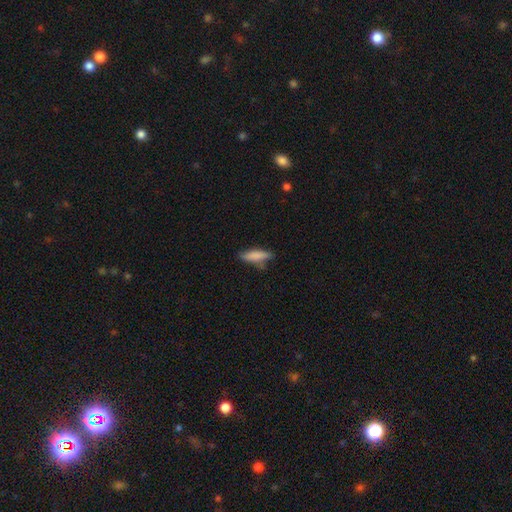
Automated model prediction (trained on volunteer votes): Smooth or featured?
  - smooth: 81% *
  - featured or disk: 13%
  - star or artifact: 6%
How rounded?
  - cigar-shaped: 64% *
  - in between: 34%
  - round: 2%
Merging?
  - none: 69% *
  - minor disturbance: 22%
  - major disturbance: 5%
  - merger: 4%